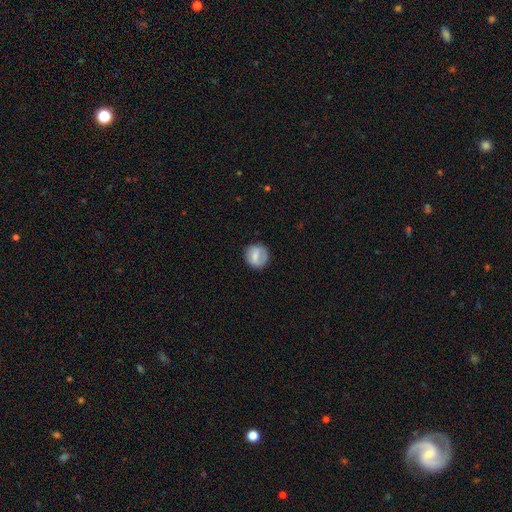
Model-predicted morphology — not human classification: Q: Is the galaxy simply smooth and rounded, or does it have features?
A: smooth — 65%.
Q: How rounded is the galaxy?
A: round — 87%.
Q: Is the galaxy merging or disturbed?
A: none — 84%.